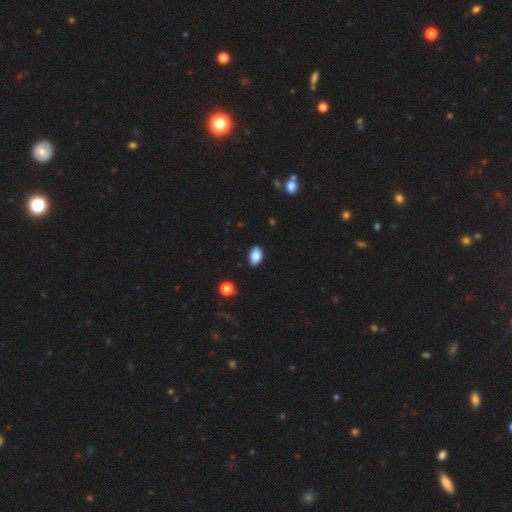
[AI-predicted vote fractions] Smooth or featured: smooth — 87% (star or artifact — 8%)
How rounded: in between — 92% (round — 7%)
Merging: none — 89% (minor disturbance — 8%)